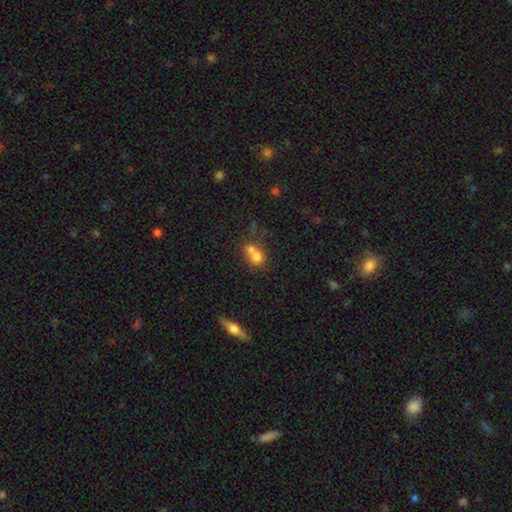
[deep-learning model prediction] The model was most divided on "merging": merger: 61%, none: 28%, minor disturbance: 7%, major disturbance: 4%. More confident: how rounded — round (72%); smooth or featured — smooth (69%).